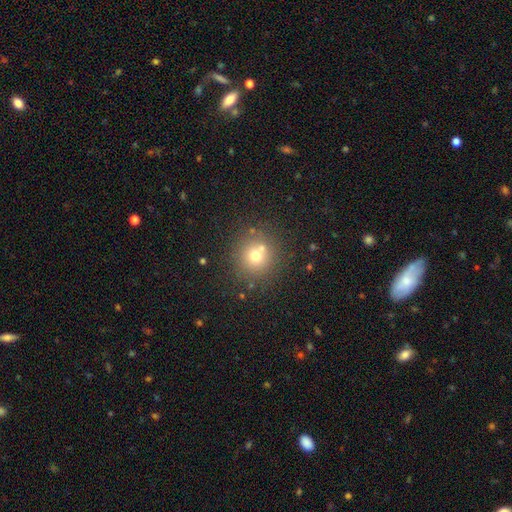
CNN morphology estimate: This appears to be a smooth galaxy with no disk features (68%) that is round (91%). Merging: none (71%).